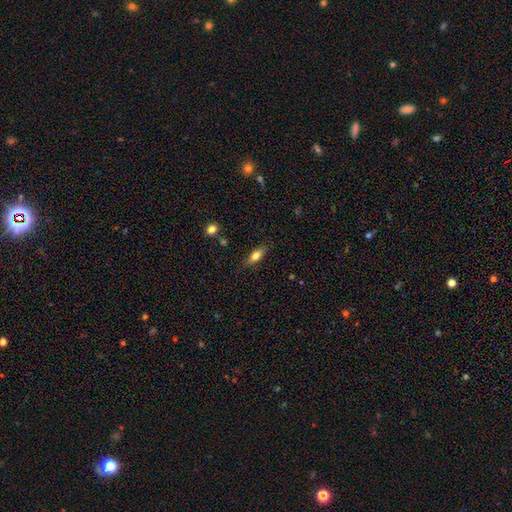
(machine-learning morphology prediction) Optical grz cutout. It shows a smooth galaxy with no disk features (72%) that is in between round and cigar-shaped (71%). Merging: none (83%).